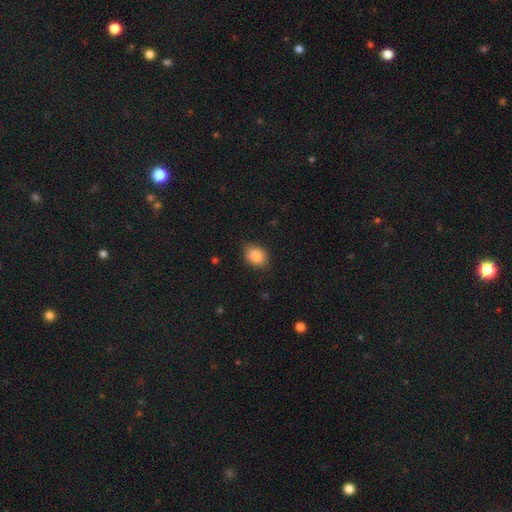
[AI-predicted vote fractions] Morphology: type=smooth (86%); roundness=in between (64%); merging=none (76%).